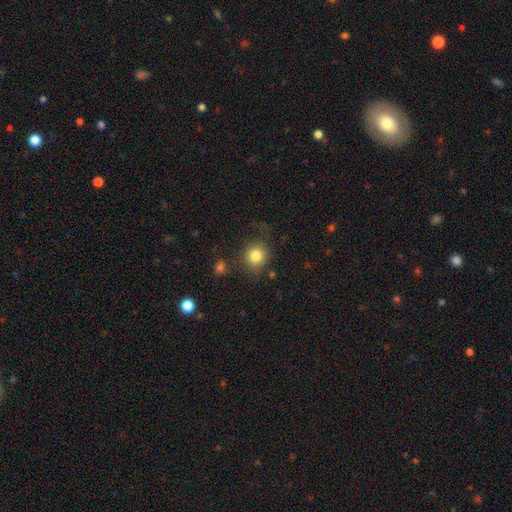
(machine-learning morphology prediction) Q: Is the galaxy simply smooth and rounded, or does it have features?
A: smooth — 82%.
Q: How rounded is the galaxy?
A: round — 90%.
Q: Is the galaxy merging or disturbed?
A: none — 79%.